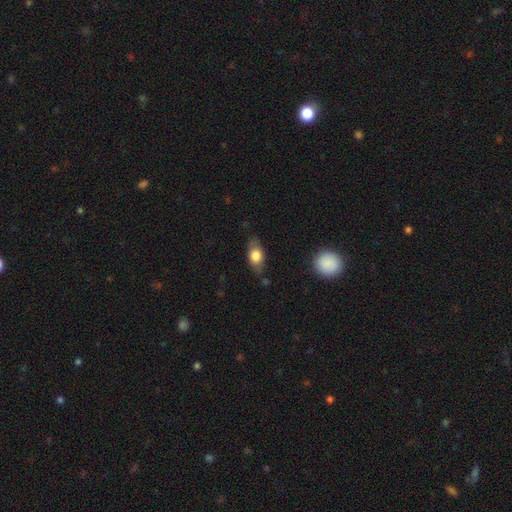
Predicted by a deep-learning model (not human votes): Q: Smooth or featured?
A: smooth (73%); runner-up: featured or disk (20%)
Q: How rounded?
A: in between (82%); runner-up: round (10%)
Q: Merging?
A: none (74%); runner-up: minor disturbance (19%)